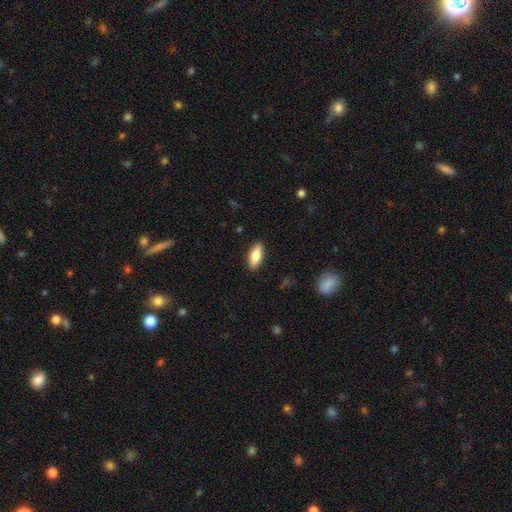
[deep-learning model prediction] Smooth or featured? smooth (80%)
How rounded? in between (77%)
Merging? none (89%)